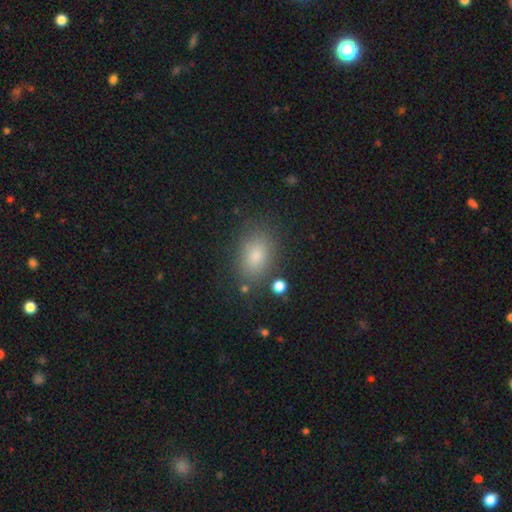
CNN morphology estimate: Smooth or featured? Predicted: smooth (p=0.80). How rounded? Predicted: in between (p=0.82). Merging? Predicted: none (p=0.79).